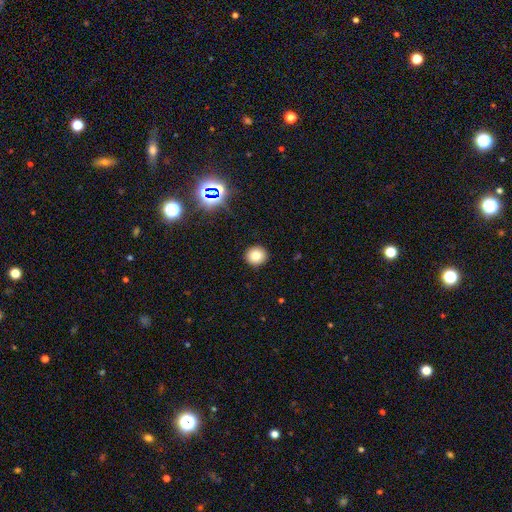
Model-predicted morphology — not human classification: Q: Smooth or featured?
A: smooth (79%); runner-up: star or artifact (13%)
Q: How rounded?
A: round (90%); runner-up: in between (9%)
Q: Merging?
A: none (92%); runner-up: minor disturbance (5%)